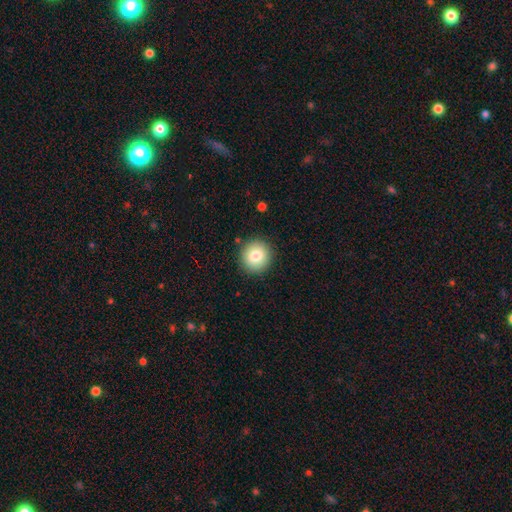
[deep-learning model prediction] Smooth or featured: smooth — 81% (featured or disk — 10%)
How rounded: round — 91% (in between — 8%)
Merging: none — 90% (minor disturbance — 7%)